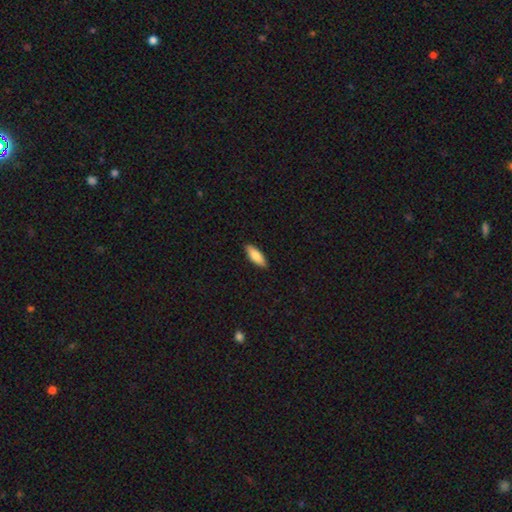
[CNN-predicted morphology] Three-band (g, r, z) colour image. It shows a smooth galaxy with no disk features (84%) that is in between round and cigar-shaped (65%). Merging: none (89%).